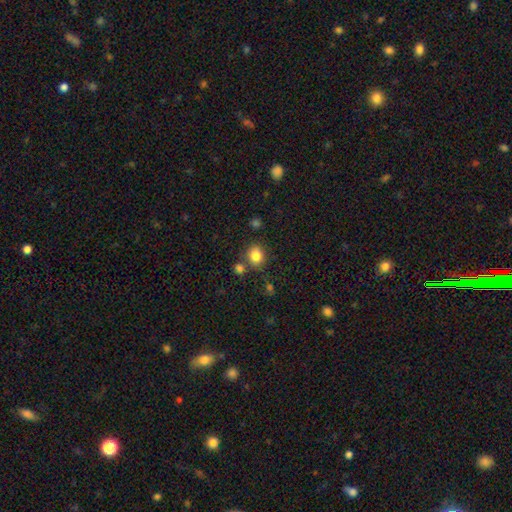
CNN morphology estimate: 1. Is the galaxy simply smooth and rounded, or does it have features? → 83% smooth, 11% star or artifact, 6% featured or disk.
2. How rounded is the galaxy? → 66% round, 33% in between, 1% cigar-shaped.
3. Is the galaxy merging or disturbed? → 74% none, 11% minor disturbance, 11% merger, 4% major disturbance.